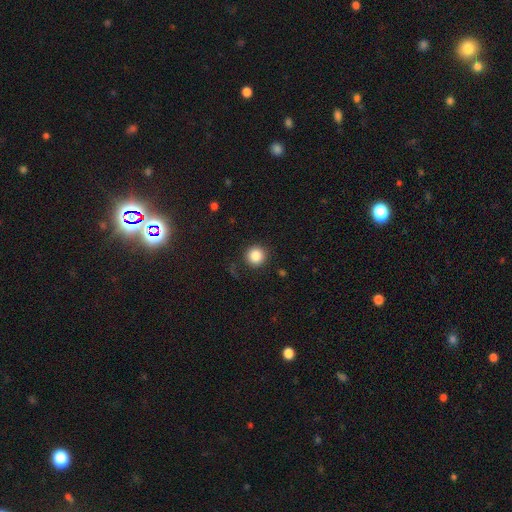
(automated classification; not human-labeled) A smooth galaxy with no disk features (86%) that is round (95%). Merging: none (88%).